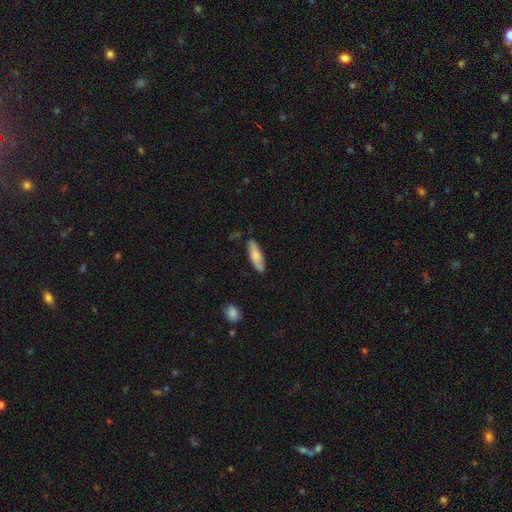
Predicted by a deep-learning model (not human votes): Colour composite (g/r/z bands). It shows a smooth galaxy with no disk features (75%) that is cigar-shaped (50%). Merging: none (82%).